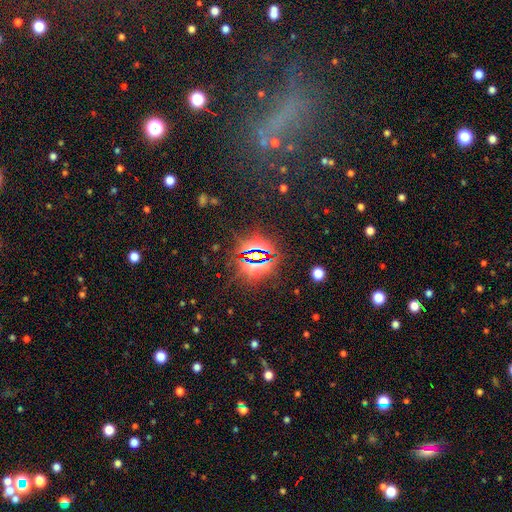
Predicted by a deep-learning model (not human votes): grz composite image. It shows a star or artifact, not a galaxy (80%).